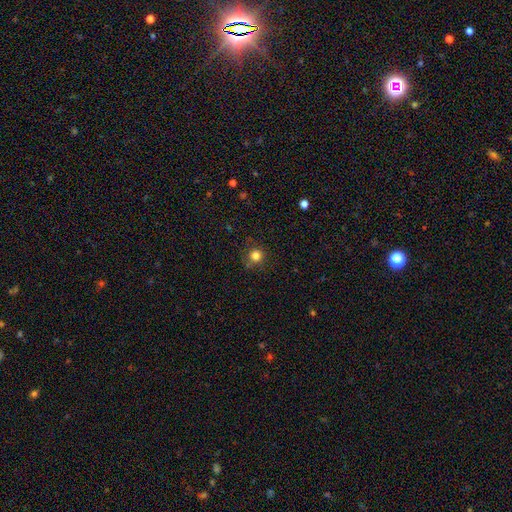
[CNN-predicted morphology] A smooth galaxy with no disk features (82%) that is round (92%).

Vote fractions:
- Smooth or featured? smooth: 82% / star or artifact: 13% / featured or disk: 5%
- How rounded? round: 92% / in between: 7% / cigar-shaped: 1%
- Merging? none: 81% / minor disturbance: 13% / major disturbance: 4% / merger: 2%